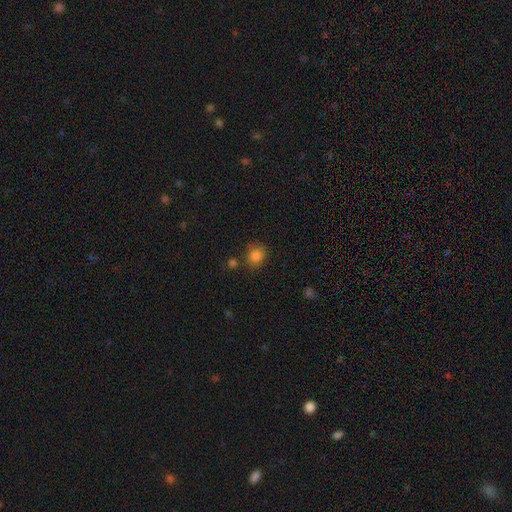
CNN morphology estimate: Smooth or featured?
  - smooth: 83% *
  - star or artifact: 12%
  - featured or disk: 5%
How rounded?
  - round: 78% *
  - in between: 21%
  - cigar-shaped: 1%
Merging?
  - none: 75% *
  - minor disturbance: 14%
  - merger: 7%
  - major disturbance: 4%